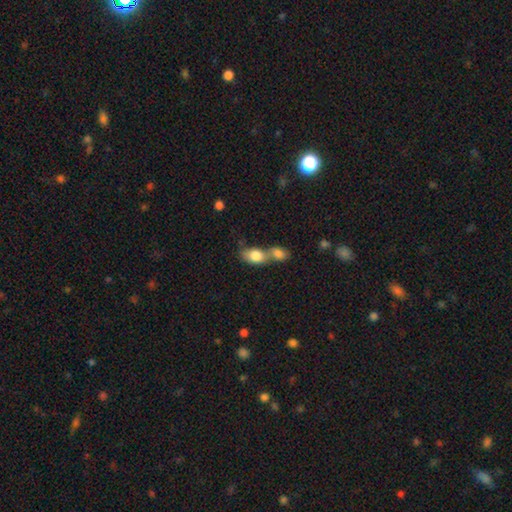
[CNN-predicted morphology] Smooth or featured? smooth (82%)
How rounded? in between (80%)
Merging? merger (69%)